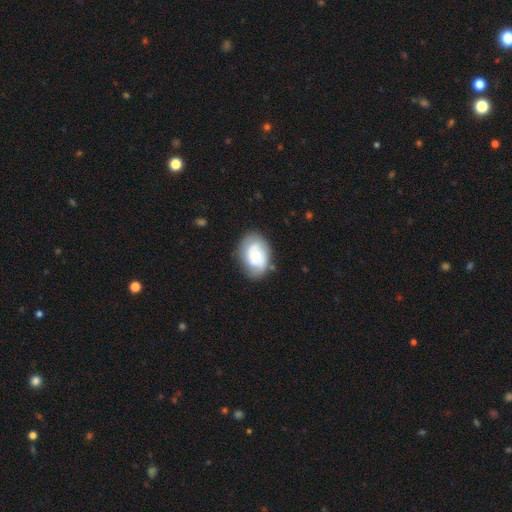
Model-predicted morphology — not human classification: Overall: featured or disk (50%; smooth 43%). Merging: none (67%).